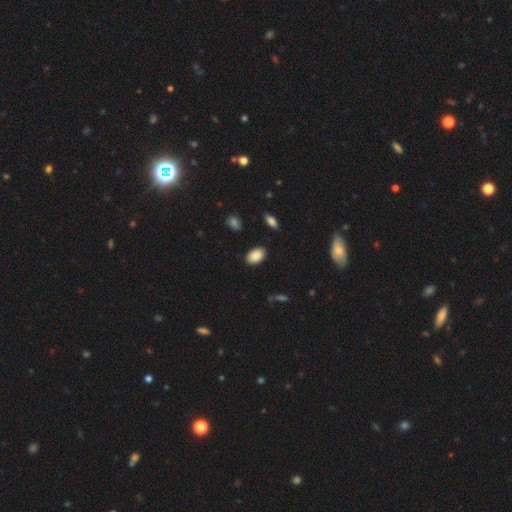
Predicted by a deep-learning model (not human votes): Smooth or featured? Predicted: smooth (p=0.88). How rounded? Predicted: in between (p=0.88). Merging? Predicted: none (p=0.88).